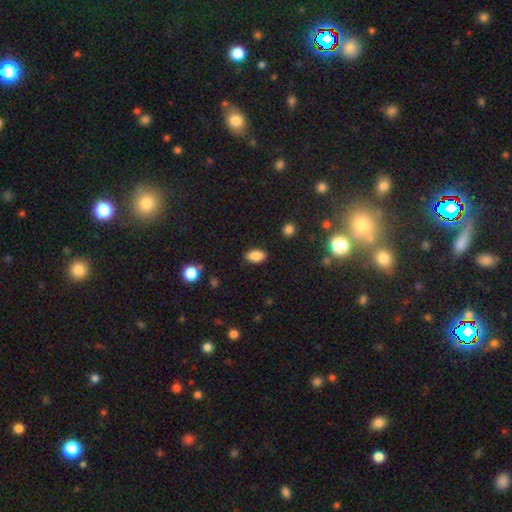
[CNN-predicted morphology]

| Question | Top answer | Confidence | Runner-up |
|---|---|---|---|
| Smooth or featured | smooth | 85% | star or artifact (9%) |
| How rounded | in between | 90% | round (7%) |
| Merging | none | 86% | minor disturbance (10%) |